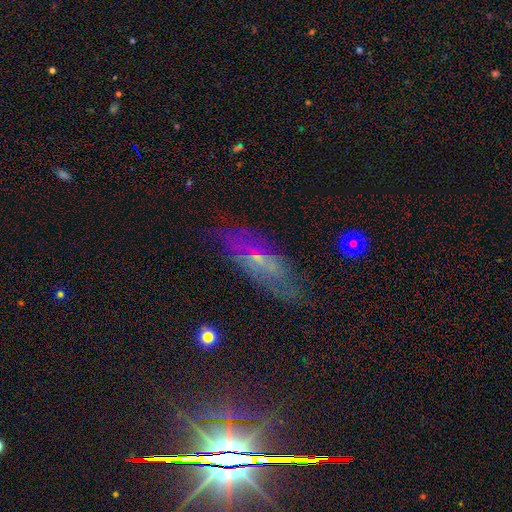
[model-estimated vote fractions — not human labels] featured or disk 49%, smooth 30%, star or artifact 21%. Down the decision tree: merging — none (73%).